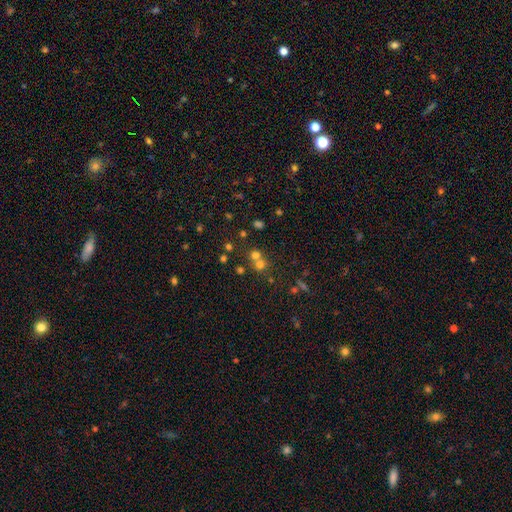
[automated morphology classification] smooth_or_featured: smooth (p=0.60) [alt: star or artifact p=0.27]
how_rounded: round (p=0.87) [alt: in between p=0.12]
merging: none (p=0.50) [alt: merger p=0.42]